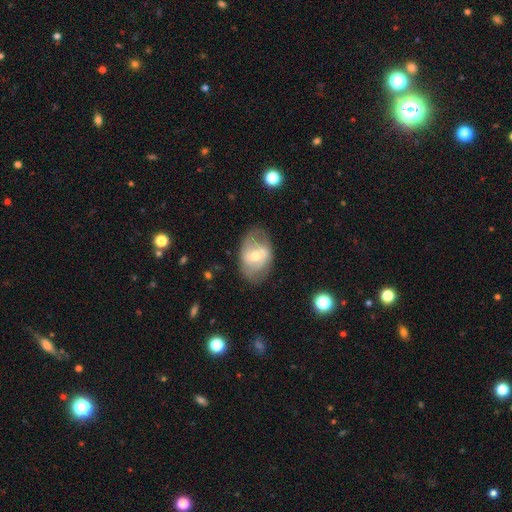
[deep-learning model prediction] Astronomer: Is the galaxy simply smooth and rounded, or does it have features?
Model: featured or disk — 56% (runner-up: smooth, 37%).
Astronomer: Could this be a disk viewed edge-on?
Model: no — 94%.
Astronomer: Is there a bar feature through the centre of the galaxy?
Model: weak — 45% (runner-up: no, 32%).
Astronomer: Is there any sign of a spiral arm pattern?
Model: yes — 57% (runner-up: no, 43%).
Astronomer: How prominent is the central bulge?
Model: moderate — 60%.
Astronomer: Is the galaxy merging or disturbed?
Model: none — 69%.